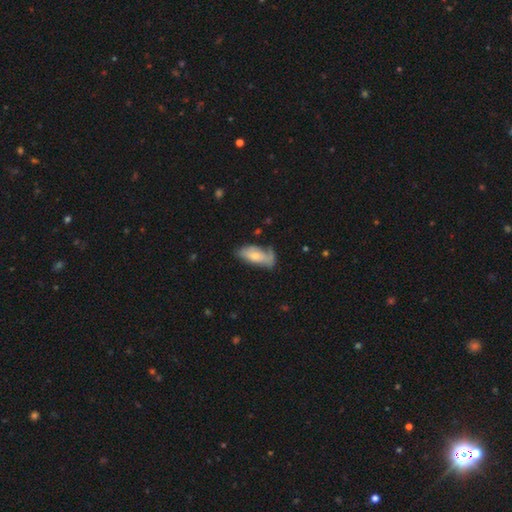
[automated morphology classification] smooth 64%, featured or disk 30%, star or artifact 6%. Down the decision tree: how rounded — in between (84%); merging — none (45%).